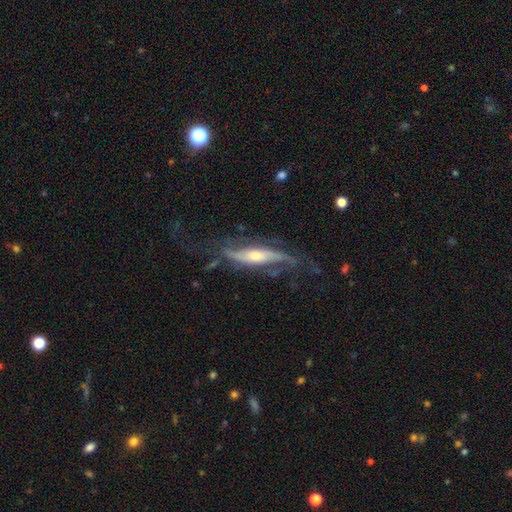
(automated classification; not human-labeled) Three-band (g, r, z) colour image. It shows a featured or disk galaxy (80%) with no bar (45%), spiral arms (90%) and a moderate central bulge (51%). Merging: none (52%).